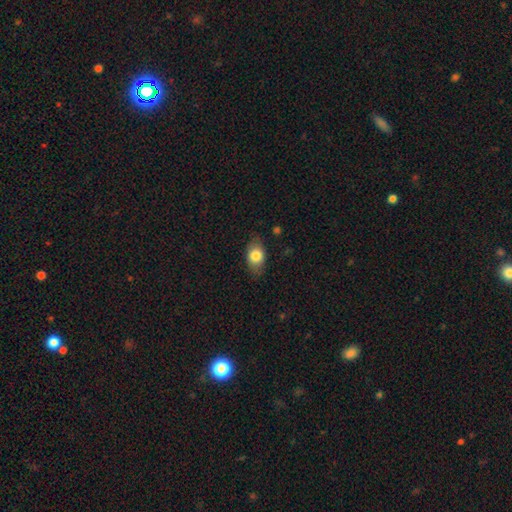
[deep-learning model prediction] A smooth galaxy with no disk features (80%) that is in between round and cigar-shaped (80%).

Vote fractions:
- Smooth or featured? smooth: 80% / featured or disk: 12% / star or artifact: 7%
- How rounded? in between: 80% / round: 18% / cigar-shaped: 2%
- Merging? none: 79% / minor disturbance: 16% / major disturbance: 4% / merger: 1%